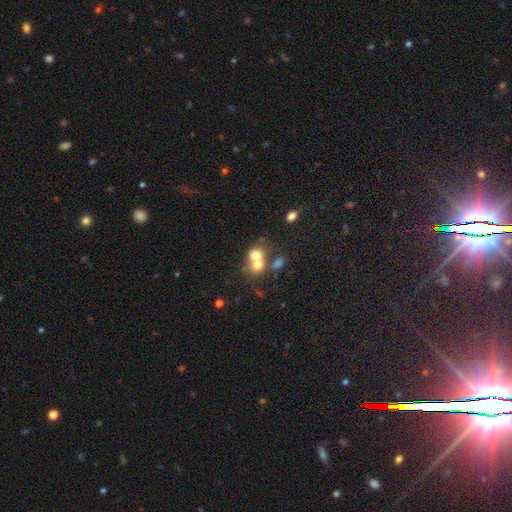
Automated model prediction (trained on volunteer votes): A smooth galaxy with no disk features (69%) that is round (67%).

Vote fractions:
- Smooth or featured? smooth: 69% / featured or disk: 19% / star or artifact: 12%
- How rounded? round: 67% / in between: 32% / cigar-shaped: 1%
- Merging? merger: 64% / none: 26% / minor disturbance: 6% / major disturbance: 4%